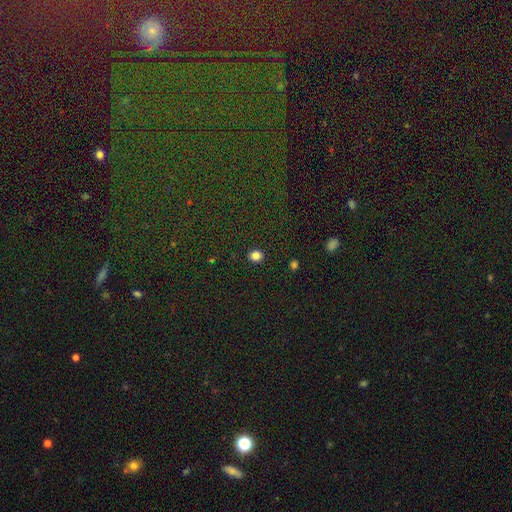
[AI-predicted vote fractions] This appears to be a smooth galaxy with no disk features (82%) that is round (75%). Merging: none (91%).